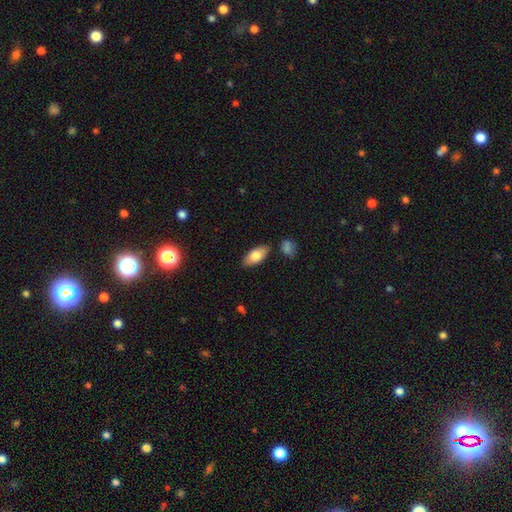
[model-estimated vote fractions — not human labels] A smooth galaxy with no disk features (77%) that is in between round and cigar-shaped (88%). Merging: none (83%).